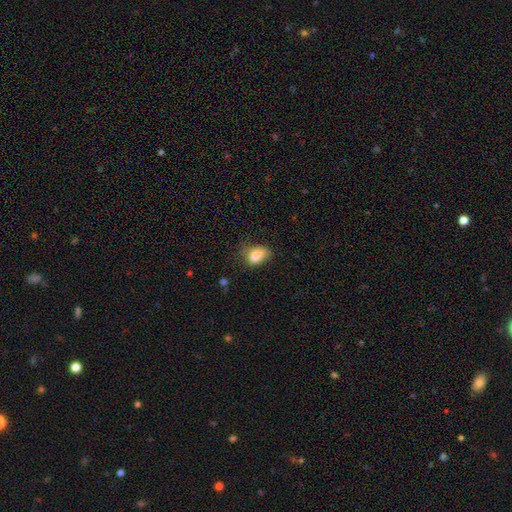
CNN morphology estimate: This appears to be a smooth galaxy with no disk features (82%) that is in between round and cigar-shaped (80%). Merging: none (48%).